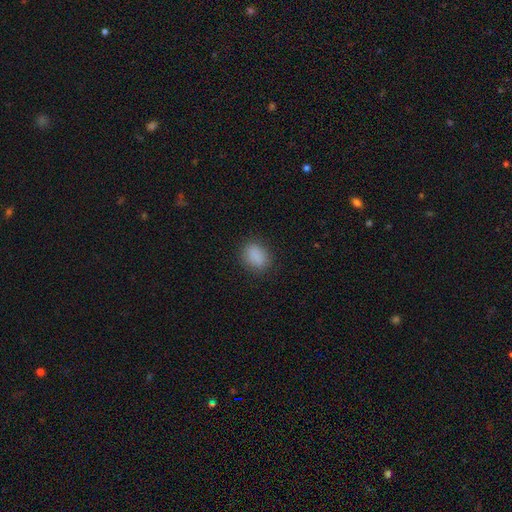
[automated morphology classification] This appears to be a smooth galaxy with no disk features (87%) that is in between round and cigar-shaped (65%). Merging: none (83%).